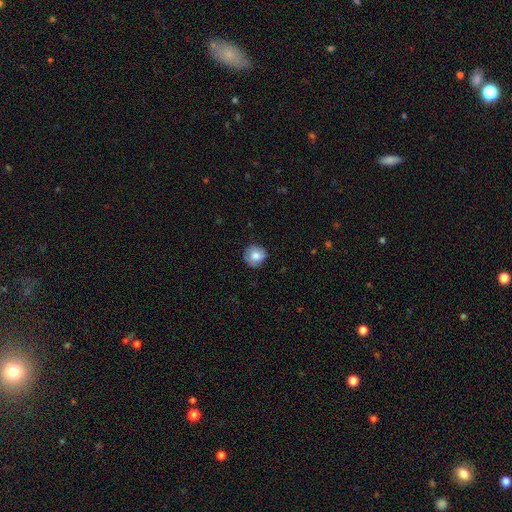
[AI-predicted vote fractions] This appears to be a smooth galaxy with no disk features (78%) that is round (91%). Merging: none (81%).